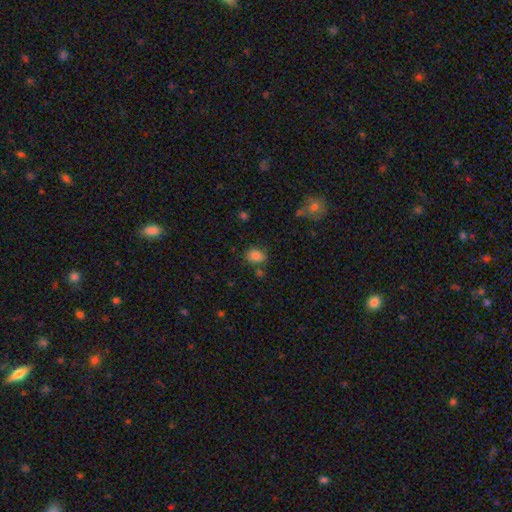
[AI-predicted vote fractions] Overall: smooth (83%). How rounded: in between (51%; round 48%). Merging: none (76%).